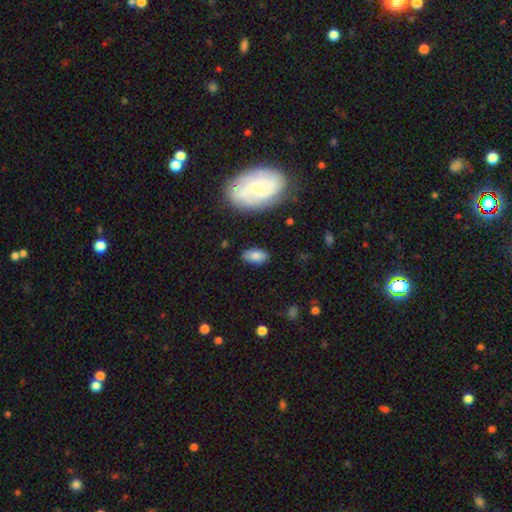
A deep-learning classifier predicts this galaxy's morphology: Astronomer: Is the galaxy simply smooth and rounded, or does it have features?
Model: smooth — 80%.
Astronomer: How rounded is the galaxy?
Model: in between — 93%.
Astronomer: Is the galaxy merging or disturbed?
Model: none — 82%.